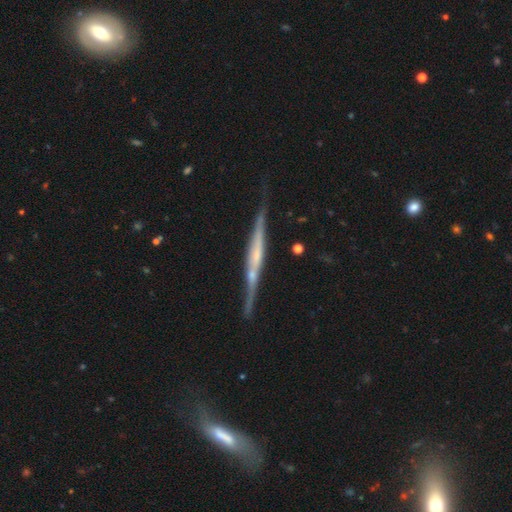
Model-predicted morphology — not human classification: The model was most divided on "edge-on bulge": none: 45%, rounded: 31%, boxy: 24%. More confident: edge-on disk — yes (96%); smooth or featured — featured or disk (76%); merging — none (75%).